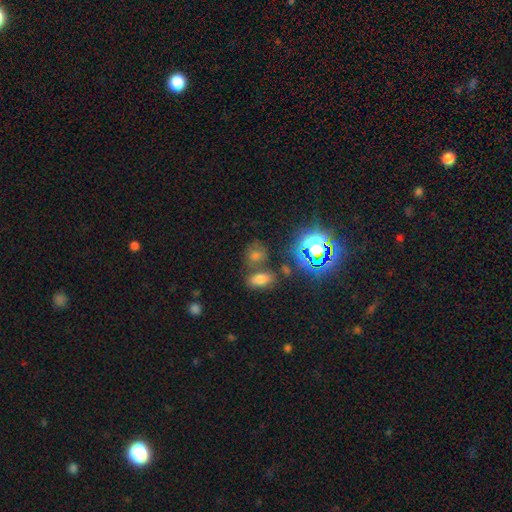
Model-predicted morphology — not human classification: The model was most divided on "smooth or featured": smooth: 50%, star or artifact: 39%, featured or disk: 11%. More confident: merging — none (64%); how rounded — in between (63%).